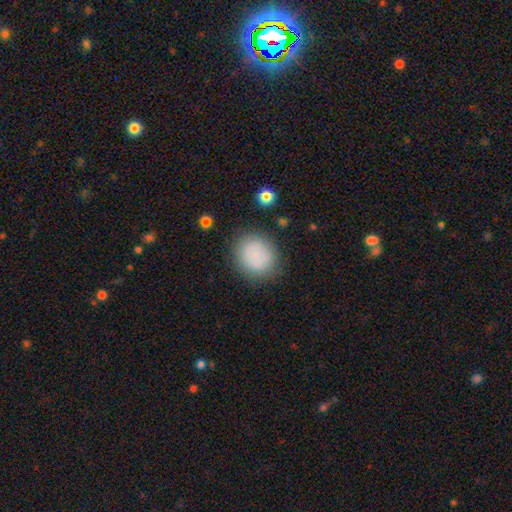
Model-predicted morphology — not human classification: A smooth galaxy with no disk features (80%) that is round (80%).

Vote fractions:
- Smooth or featured? smooth: 80% / featured or disk: 11% / star or artifact: 9%
- How rounded? round: 80% / in between: 19% / cigar-shaped: 1%
- Merging? none: 82% / minor disturbance: 12% / major disturbance: 5% / merger: 2%